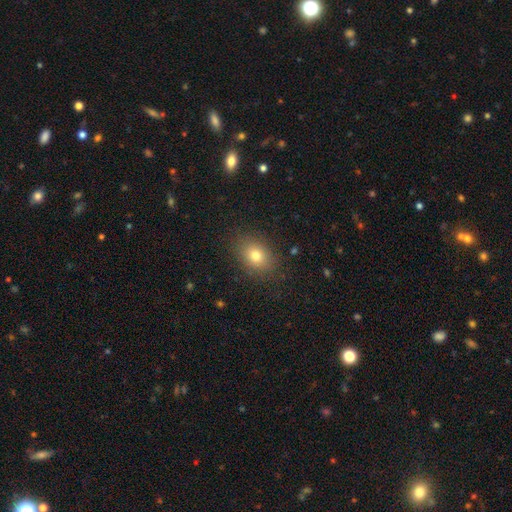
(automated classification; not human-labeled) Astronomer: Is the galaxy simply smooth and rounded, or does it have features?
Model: smooth — 77%.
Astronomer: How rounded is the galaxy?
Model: in between — 63%.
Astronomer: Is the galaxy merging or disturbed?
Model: none — 86%.